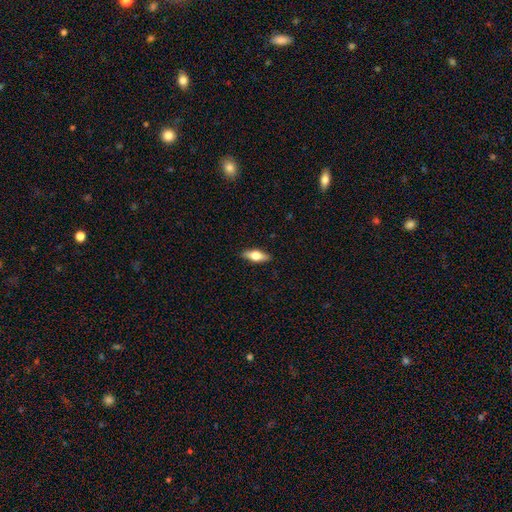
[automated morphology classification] A smooth galaxy with no disk features (52%) that is in between round and cigar-shaped (64%).

Vote fractions:
- Smooth or featured? smooth: 52% / featured or disk: 41% / star or artifact: 7%
- How rounded? in between: 64% / cigar-shaped: 33% / round: 4%
- Merging? none: 88% / minor disturbance: 9% / major disturbance: 2% / merger: 1%